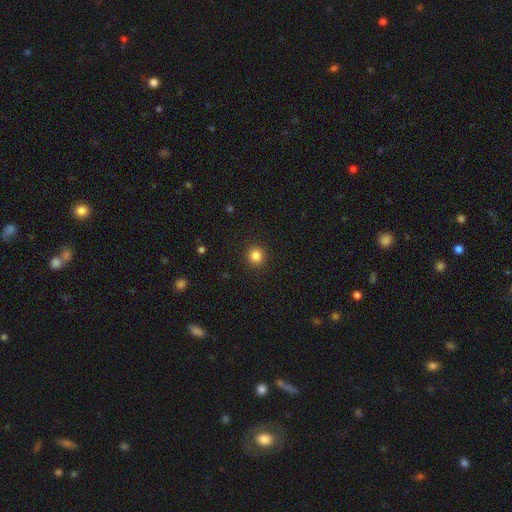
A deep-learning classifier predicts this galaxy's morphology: This appears to be a smooth galaxy with no disk features (84%) that is round (92%). Merging: none (92%).